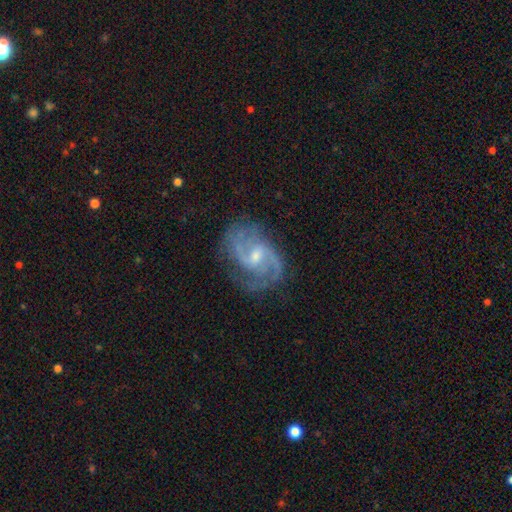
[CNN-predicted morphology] smooth-or-featured: featured or disk: 90% | star or artifact: 5% | smooth: 5%
  disk-edge-on: no: 98% | yes: 2%
    bar: weak: 59% | no: 29% | strong: 12%
    has-spiral-arms: yes: 98% | no: 2%
      spiral-winding: medium: 56% | loose: 22% | tight: 22%
      spiral-arm-count: 2: 68% | 3: 15% | can't tell: 8% | 4: 3% | 1: 3% | more than 4: 3%
    bulge-size: small: 49% | moderate: 45% | none: 3% | large: 2% | dominant: 1%
  merging: none: 71% | minor disturbance: 19% | major disturbance: 9% | merger: 1%